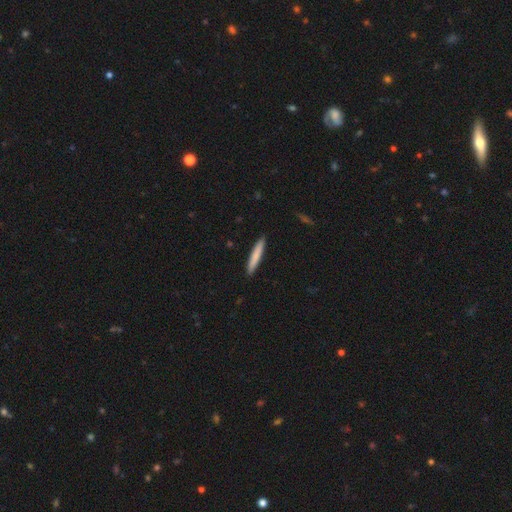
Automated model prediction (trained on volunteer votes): smooth-or-featured: smooth: 78% | featured or disk: 17% | star or artifact: 5%
  how-rounded: cigar-shaped: 94% | in between: 4% | round: 1%
  merging: none: 91% | minor disturbance: 6% | major disturbance: 1% | merger: 1%